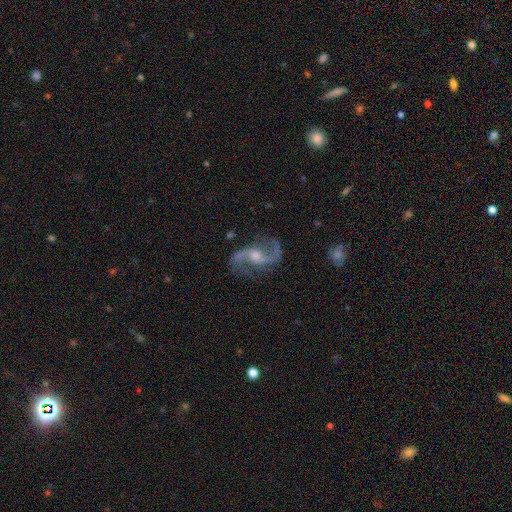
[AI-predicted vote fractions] The model was most divided on "bar": weak: 45%, no: 39%, strong: 15%. More confident: spiral arms — yes (97%); edge-on disk — no (97%); spiral arm count — 2 (93%); smooth or featured — featured or disk (91%); merging — none (76%); spiral winding — loose (60%); bulge size — moderate (52%).